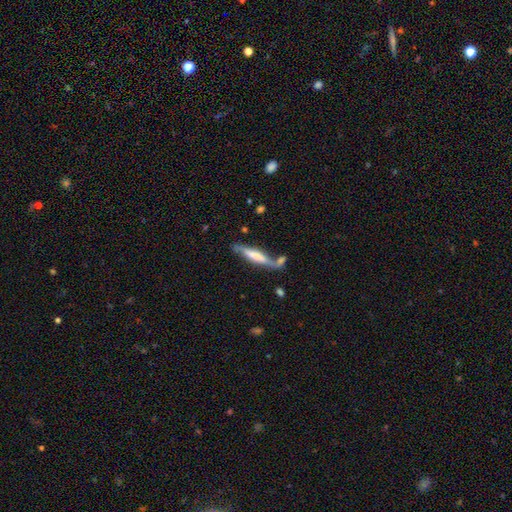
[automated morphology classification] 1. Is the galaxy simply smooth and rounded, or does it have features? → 48% smooth, 46% featured or disk, 6% star or artifact.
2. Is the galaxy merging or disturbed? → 47% none, 24% merger, 20% minor disturbance, 9% major disturbance.